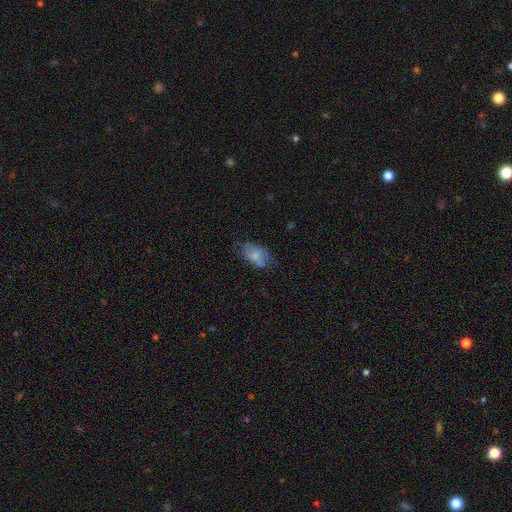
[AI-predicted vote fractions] Smooth or featured? smooth (71%)
How rounded? in between (90%)
Merging? none (59%)